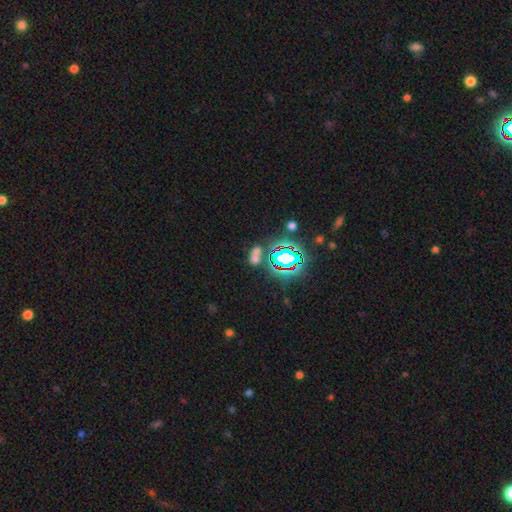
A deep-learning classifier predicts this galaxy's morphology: A smooth galaxy with no disk features (43%, tied with star or artifact). Merging: none (42%).